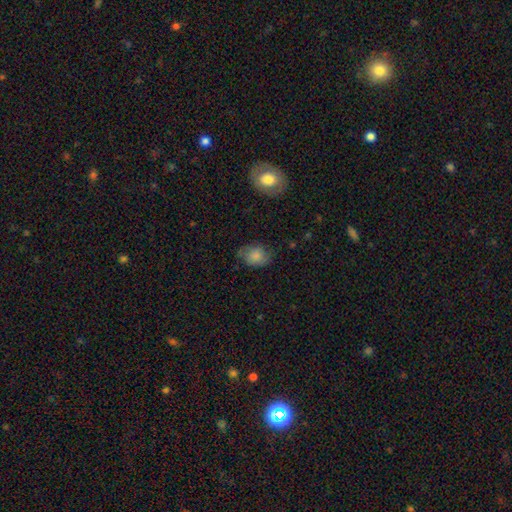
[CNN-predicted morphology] type=smooth (77%); roundness=in between (62%); merging=none (64%).